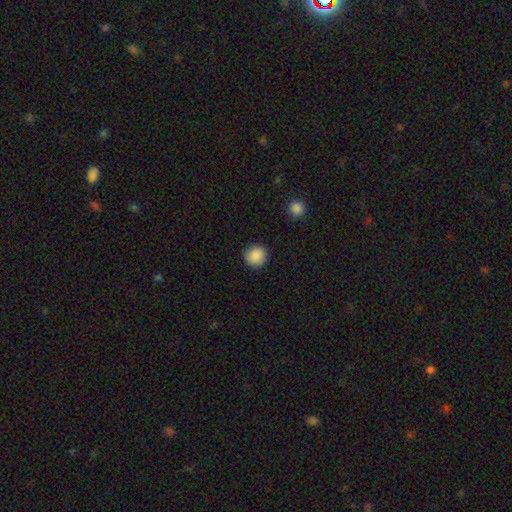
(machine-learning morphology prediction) A smooth galaxy with no disk features (88%) that is round (92%).

Vote fractions:
- Smooth or featured? smooth: 88% / star or artifact: 9% / featured or disk: 3%
- How rounded? round: 92% / in between: 7% / cigar-shaped: 1%
- Merging? none: 92% / minor disturbance: 5% / major disturbance: 2% / merger: 1%